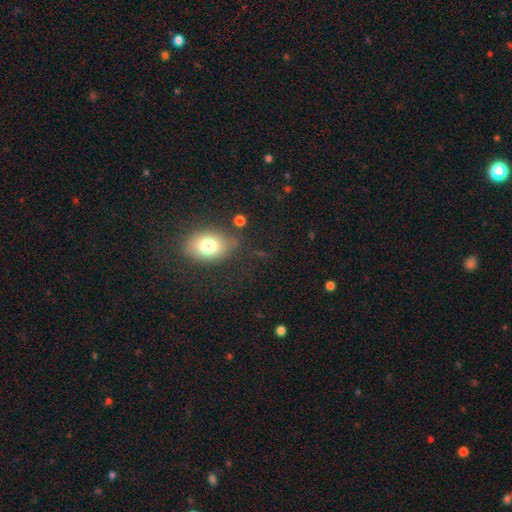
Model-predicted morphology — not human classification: Smooth or featured? smooth (69%)
How rounded? in between (71%)
Merging? none (83%)